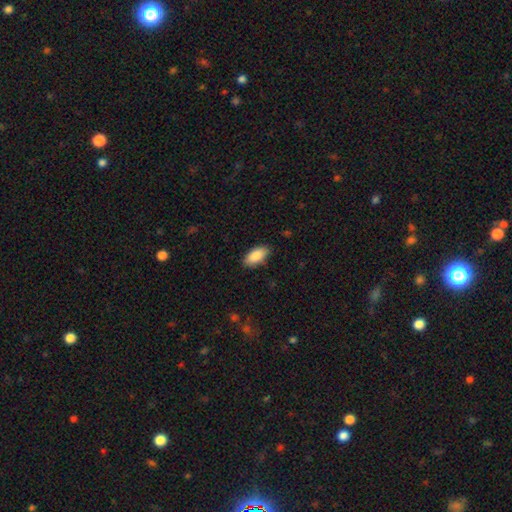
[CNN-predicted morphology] This appears to be a smooth galaxy with no disk features (88%) that is in between round and cigar-shaped (92%). Merging: none (86%).